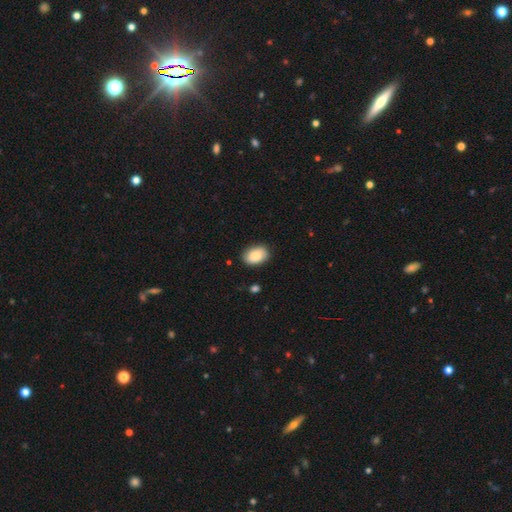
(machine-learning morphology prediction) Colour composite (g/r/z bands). It shows a smooth galaxy with no disk features (85%) that is in between round and cigar-shaped (84%). Merging: none (85%).